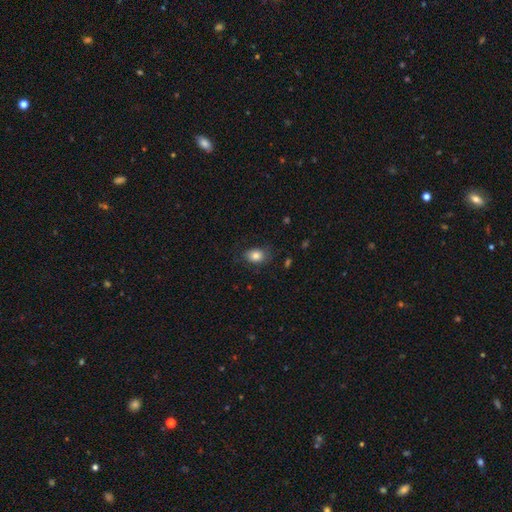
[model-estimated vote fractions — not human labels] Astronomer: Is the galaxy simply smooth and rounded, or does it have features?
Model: smooth — 83%.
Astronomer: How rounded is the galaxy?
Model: in between — 69%.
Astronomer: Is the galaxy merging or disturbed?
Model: none — 78%.